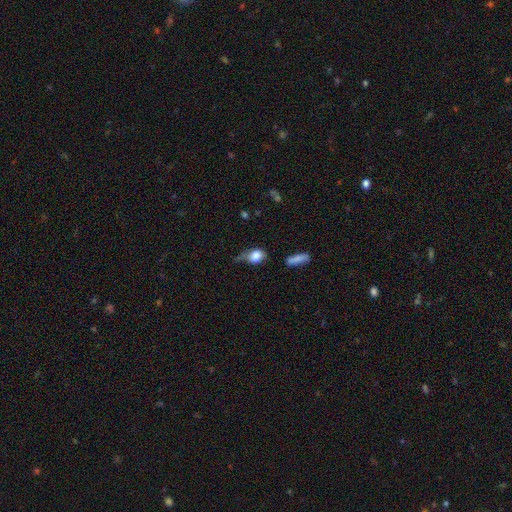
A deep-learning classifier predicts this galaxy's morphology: Q: Smooth or featured?
A: smooth (78%); runner-up: featured or disk (13%)
Q: How rounded?
A: in between (61%); runner-up: round (36%)
Q: Merging?
A: minor disturbance (36%); runner-up: major disturbance (29%)